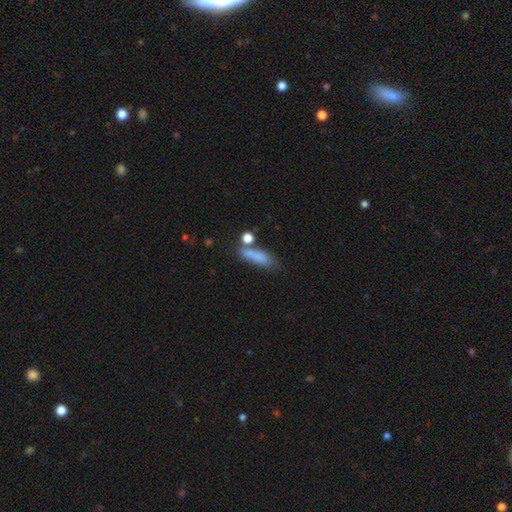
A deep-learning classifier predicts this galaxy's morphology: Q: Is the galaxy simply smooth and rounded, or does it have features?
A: smooth — 77%.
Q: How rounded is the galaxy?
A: cigar-shaped — 52%.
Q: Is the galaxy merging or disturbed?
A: none — 52%.